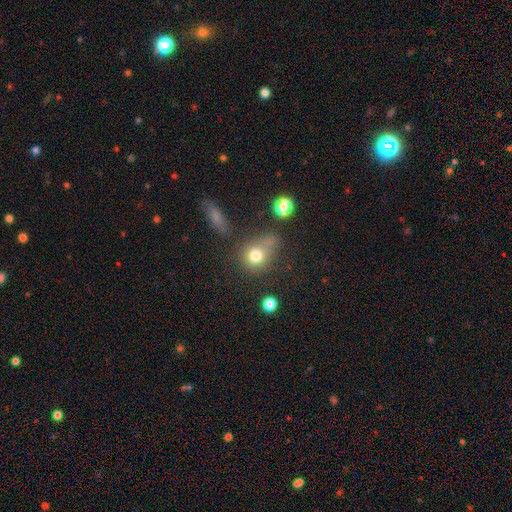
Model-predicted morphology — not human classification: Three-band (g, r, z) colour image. It shows a smooth galaxy with no disk features (76%) that is round (65%). Merging: none (42%).